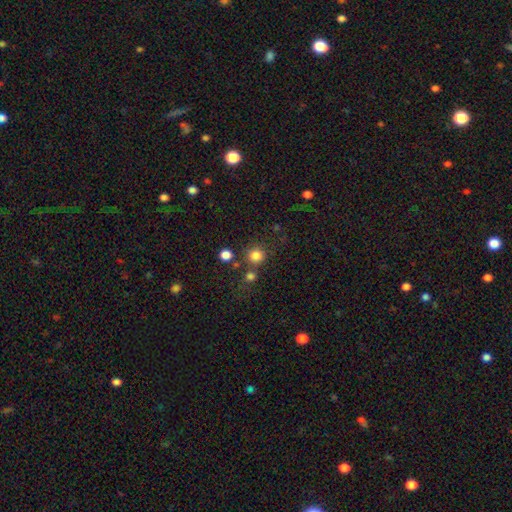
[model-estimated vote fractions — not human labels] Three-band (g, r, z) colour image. It shows a smooth galaxy with no disk features (80%) that is round (92%). Merging: none (72%).